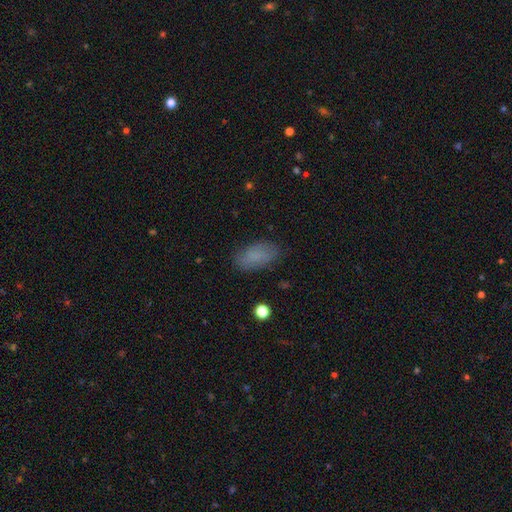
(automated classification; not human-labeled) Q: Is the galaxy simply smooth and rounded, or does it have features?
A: smooth — 80%.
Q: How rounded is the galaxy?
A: in between — 93%.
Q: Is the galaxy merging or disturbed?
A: none — 80%.